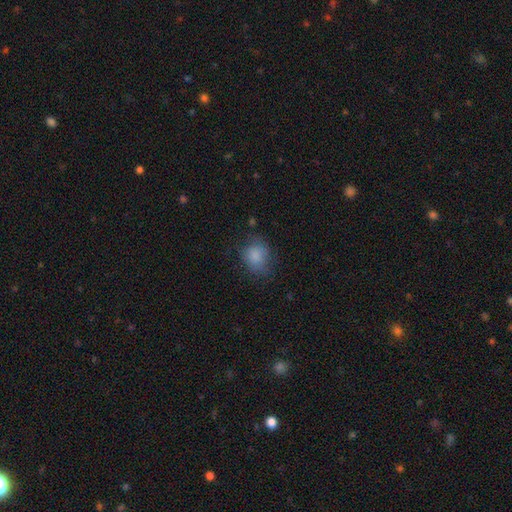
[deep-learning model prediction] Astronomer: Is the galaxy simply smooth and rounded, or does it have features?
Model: smooth — 83%.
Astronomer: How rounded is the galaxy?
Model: round — 60% (runner-up: in between, 39%).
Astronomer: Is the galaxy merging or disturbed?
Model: none — 66%.